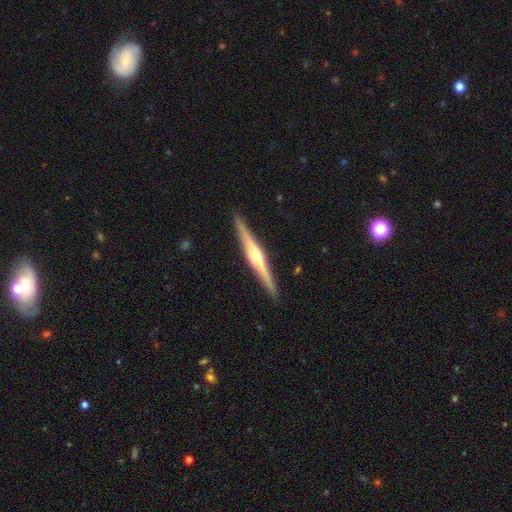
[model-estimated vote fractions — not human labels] This appears to be a featured or disk galaxy (80%) viewed edge-on (98%) with a rounded central bulge (83%). Merging: none (92%).